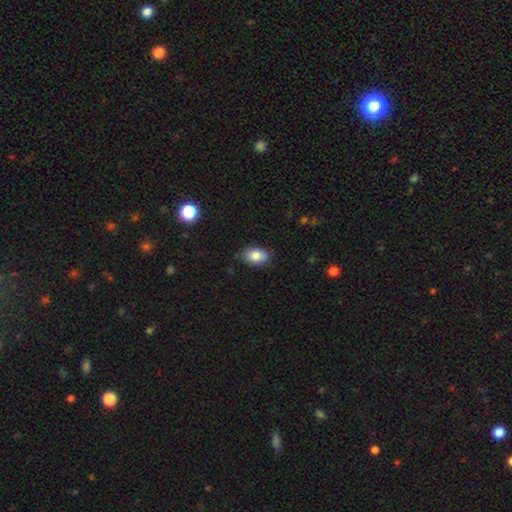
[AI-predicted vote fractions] A smooth galaxy with no disk features (83%) that is in between round and cigar-shaped (90%).

Vote fractions:
- Smooth or featured? smooth: 83% / featured or disk: 10% / star or artifact: 7%
- How rounded? in between: 90% / round: 8% / cigar-shaped: 1%
- Merging? none: 82% / minor disturbance: 14% / major disturbance: 2% / merger: 1%